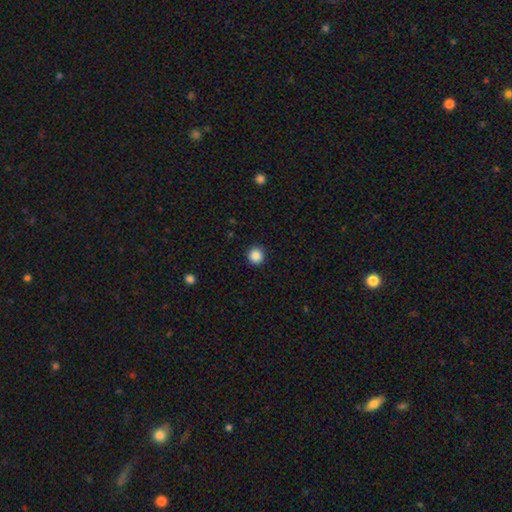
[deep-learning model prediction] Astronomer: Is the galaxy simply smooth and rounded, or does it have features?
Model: smooth — 87%.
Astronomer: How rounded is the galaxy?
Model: round — 95%.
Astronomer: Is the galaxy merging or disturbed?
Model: none — 92%.